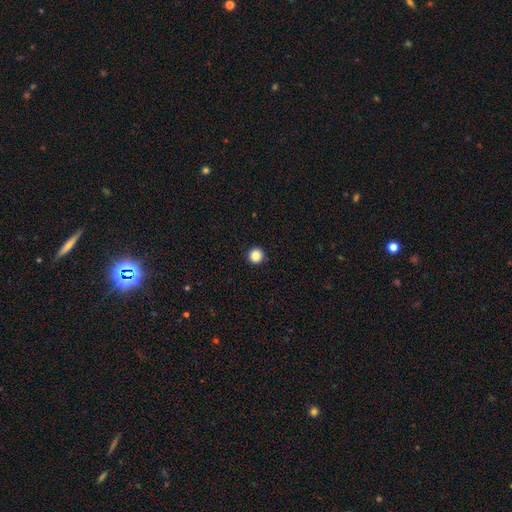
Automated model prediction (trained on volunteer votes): smooth_or_featured: smooth (p=0.87) [alt: star or artifact p=0.10]
how_rounded: round (p=0.96) [alt: in between p=0.03]
merging: none (p=0.93) [alt: minor disturbance p=0.04]